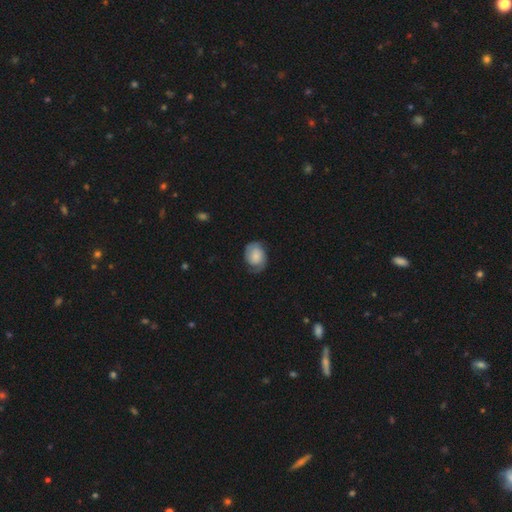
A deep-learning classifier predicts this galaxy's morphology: Smooth or featured? featured or disk (47%)
Merging? none (62%)